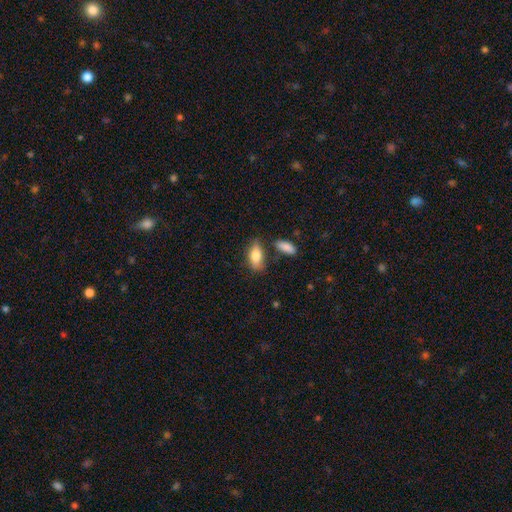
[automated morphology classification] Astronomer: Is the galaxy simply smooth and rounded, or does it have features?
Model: smooth — 81%.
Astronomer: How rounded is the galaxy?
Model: in between — 87%.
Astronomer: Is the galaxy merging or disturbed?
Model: none — 60%.